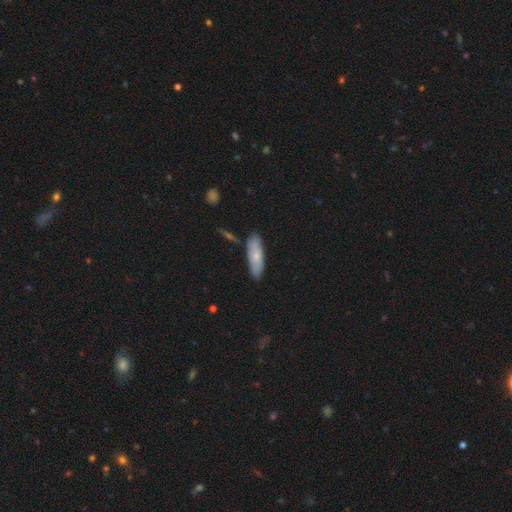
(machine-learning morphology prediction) type=smooth (65%); roundness=in between (53%); merging=none (76%).